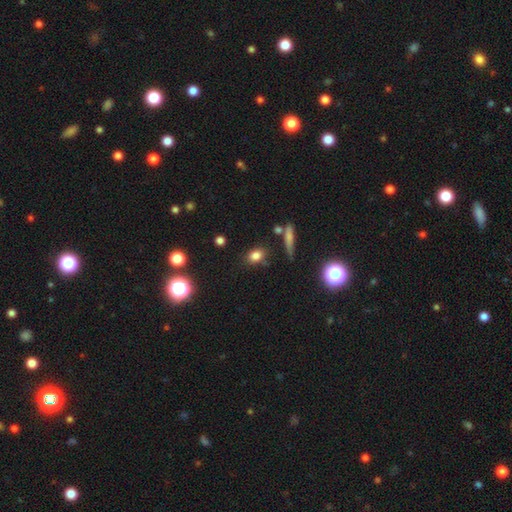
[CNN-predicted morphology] Overall: smooth (78%). How rounded: in between (62%; round 33%). Merging: none (76%).